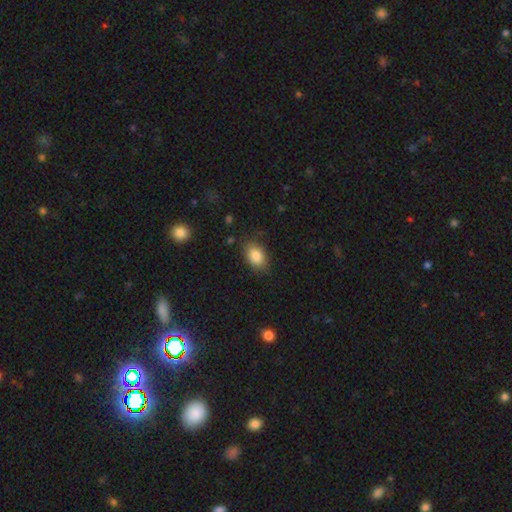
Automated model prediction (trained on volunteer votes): Smooth or featured?
  - smooth: 86% *
  - star or artifact: 8%
  - featured or disk: 6%
How rounded?
  - in between: 86% *
  - round: 13%
  - cigar-shaped: 2%
Merging?
  - none: 80% *
  - minor disturbance: 15%
  - major disturbance: 4%
  - merger: 1%